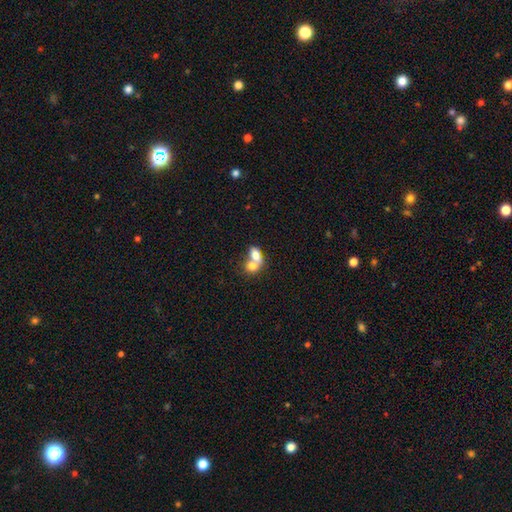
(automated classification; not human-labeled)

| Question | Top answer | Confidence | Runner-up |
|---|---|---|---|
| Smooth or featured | smooth | 74% | featured or disk (18%) |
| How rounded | in between | 72% | round (27%) |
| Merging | merger | 72% | none (19%) |